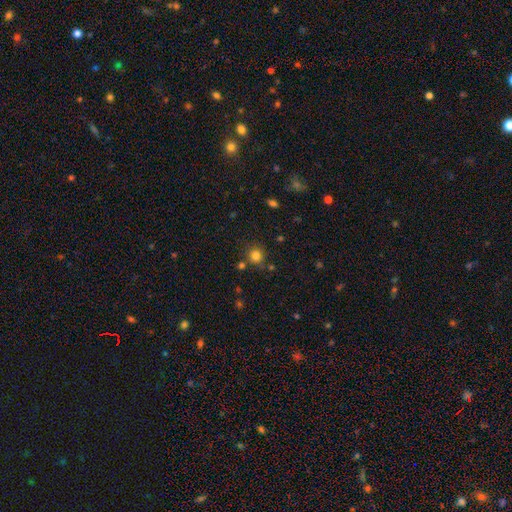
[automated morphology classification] Smooth or featured? smooth (80%)
How rounded? round (90%)
Merging? none (78%)